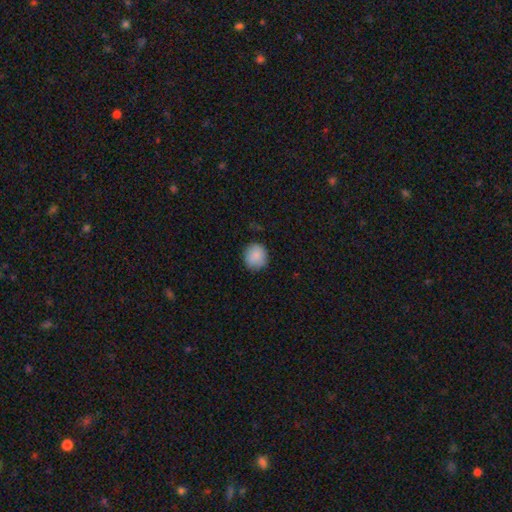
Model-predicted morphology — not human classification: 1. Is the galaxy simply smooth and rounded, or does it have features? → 88% smooth, 7% star or artifact, 5% featured or disk.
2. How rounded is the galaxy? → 87% round, 12% in between, 1% cigar-shaped.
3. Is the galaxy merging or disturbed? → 85% none, 11% minor disturbance, 3% major disturbance, 1% merger.